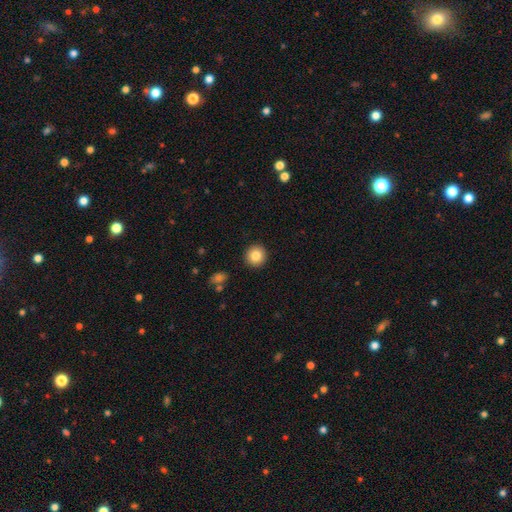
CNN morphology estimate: A smooth galaxy with no disk features (83%) that is round (94%). Merging: none (92%).